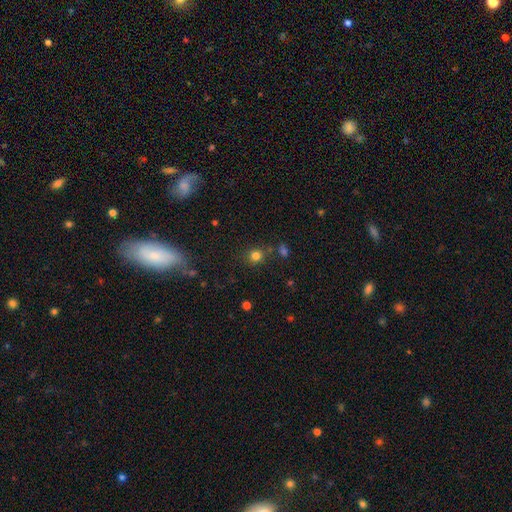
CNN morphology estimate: Overall: smooth (79%). How rounded: round (85%). Merging: none (80%).